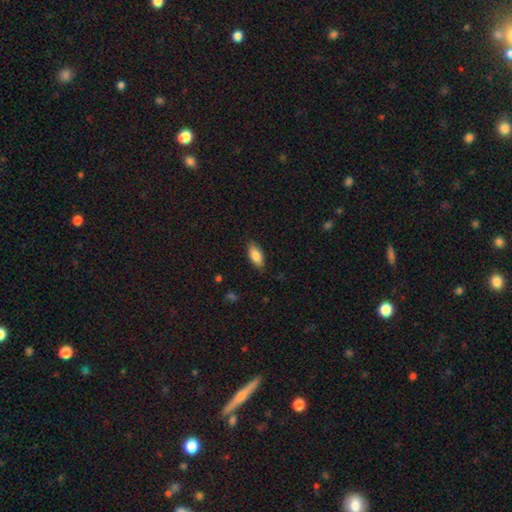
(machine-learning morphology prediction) Q: Smooth or featured?
A: smooth (83%); runner-up: featured or disk (11%)
Q: How rounded?
A: in between (87%); runner-up: cigar-shaped (11%)
Q: Merging?
A: none (83%); runner-up: minor disturbance (14%)